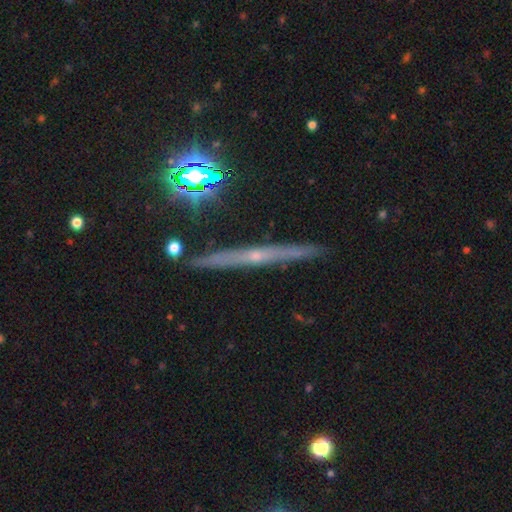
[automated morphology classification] Smooth or featured? Predicted: featured or disk (p=0.71). Edge-on disk? Predicted: yes (p=0.97). Edge-on bulge? Predicted: rounded (p=0.56). Merging? Predicted: none (p=0.90).